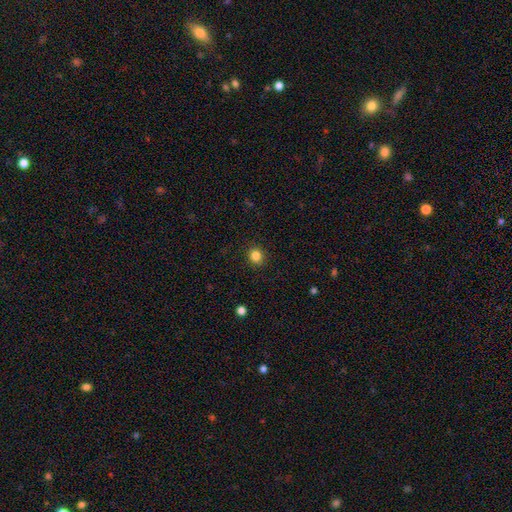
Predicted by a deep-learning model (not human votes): The model was most divided on "how rounded": round: 82%, in between: 18%, cigar-shaped: 1%. More confident: merging — none (91%); smooth or featured — smooth (84%).